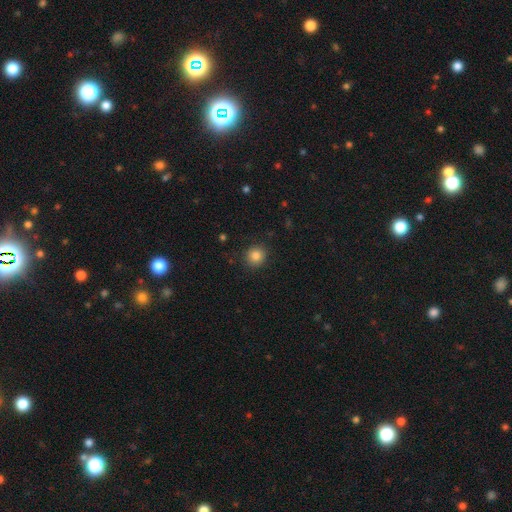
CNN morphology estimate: Overall: smooth (84%). How rounded: round (89%). Merging: none (89%).